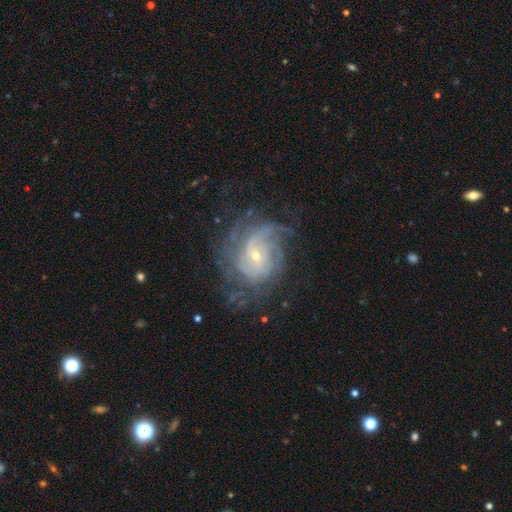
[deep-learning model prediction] featured or disk 84%, smooth 8%, star or artifact 8%. Down the decision tree: edge-on disk — no (97%); bar — no (63%); spiral arms — yes (94%); spiral arm count — can't tell (39%); spiral winding — tight (57%); bulge size — small (74%); merging — none (65%).